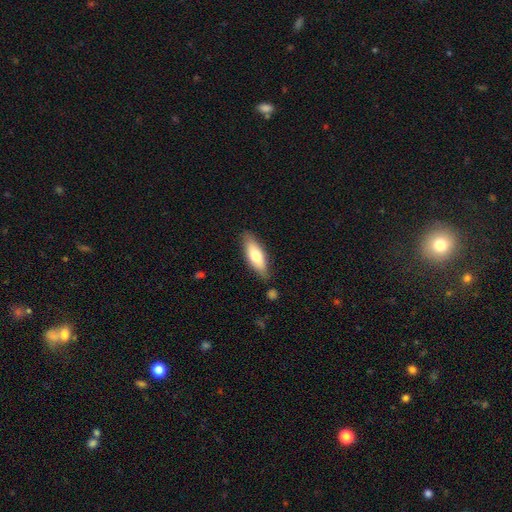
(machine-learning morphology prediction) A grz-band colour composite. It shows a smooth galaxy with no disk features (69%) that is in between round and cigar-shaped (57%). Merging: none (80%).